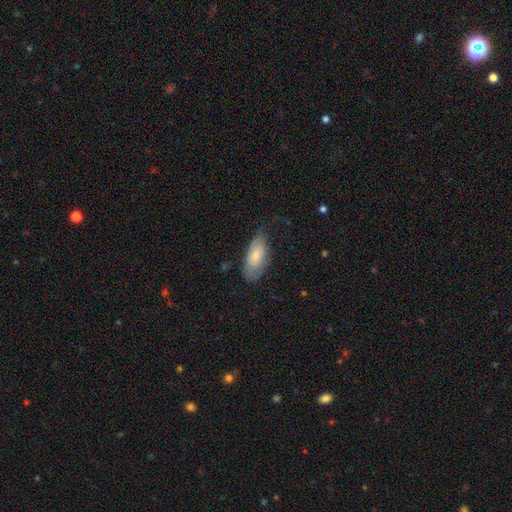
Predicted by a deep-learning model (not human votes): Morphology: type=smooth (72%); roundness=in between (90%); merging=none (51%).